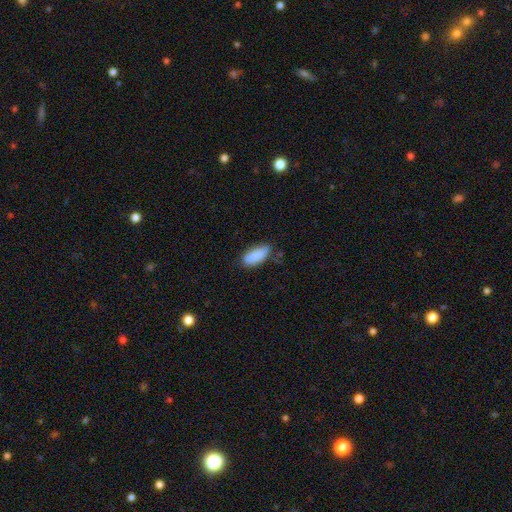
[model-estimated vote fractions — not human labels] A smooth galaxy with no disk features (88%) that is in between round and cigar-shaped (82%). Merging: none (72%).